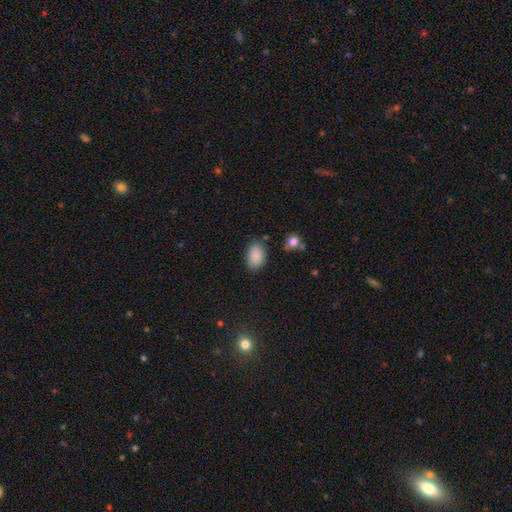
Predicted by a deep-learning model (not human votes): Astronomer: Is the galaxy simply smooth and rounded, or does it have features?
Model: smooth — 88%.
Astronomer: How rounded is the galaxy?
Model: in between — 88%.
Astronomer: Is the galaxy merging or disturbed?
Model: none — 82%.